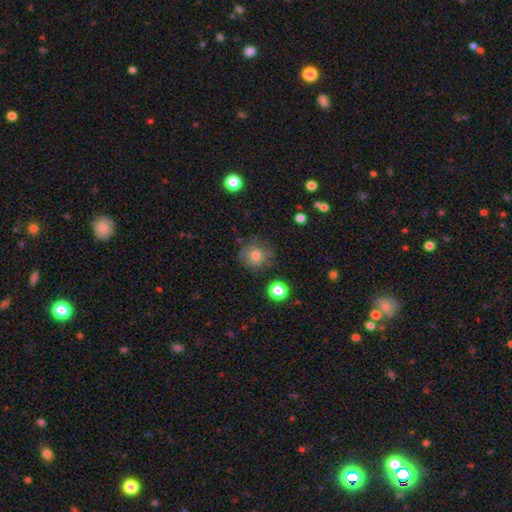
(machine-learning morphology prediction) Smooth or featured?
  - smooth: 75% *
  - featured or disk: 13%
  - star or artifact: 12%
How rounded?
  - round: 86% *
  - in between: 13%
  - cigar-shaped: 1%
Merging?
  - none: 72% *
  - minor disturbance: 19%
  - major disturbance: 7%
  - merger: 3%